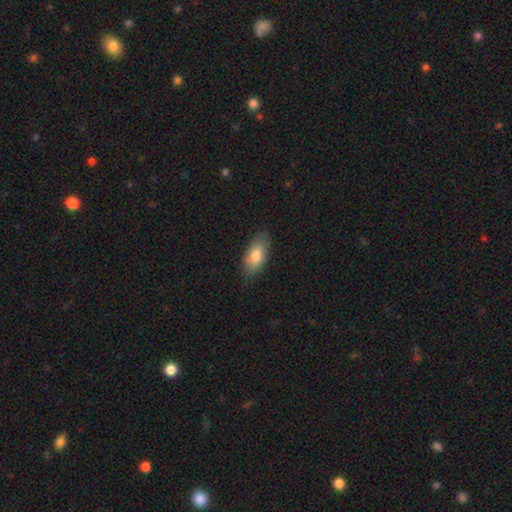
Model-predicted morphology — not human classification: smooth_or_featured: smooth (p=0.79) [alt: featured or disk p=0.14]
how_rounded: in between (p=0.88) [alt: cigar-shaped p=0.09]
merging: none (p=0.82) [alt: minor disturbance p=0.14]